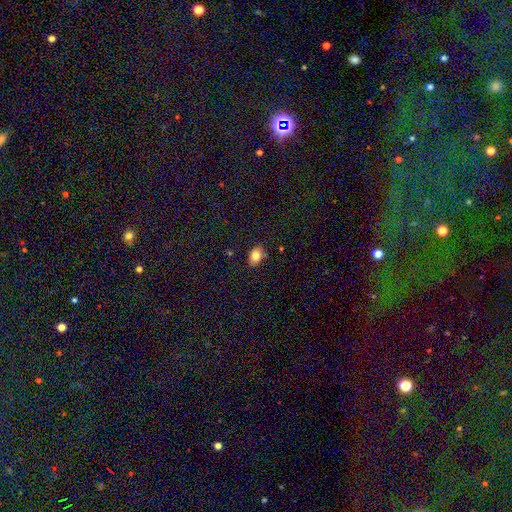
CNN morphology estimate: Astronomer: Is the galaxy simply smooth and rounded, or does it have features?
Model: smooth — 82%.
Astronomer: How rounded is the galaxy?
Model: in between — 74%.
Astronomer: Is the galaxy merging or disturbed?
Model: none — 83%.